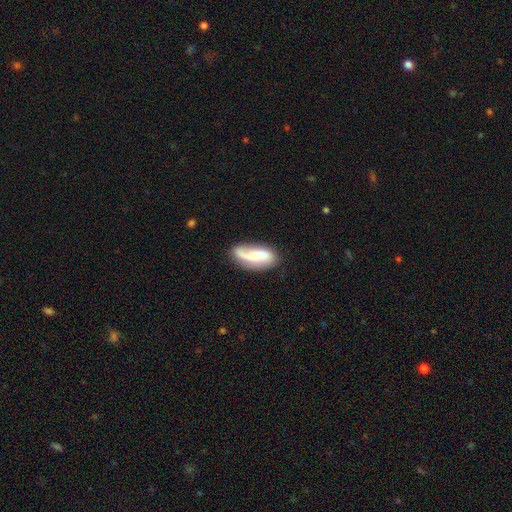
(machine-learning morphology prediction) This appears to be a featured or disk galaxy (49%). Merging: none (59%).